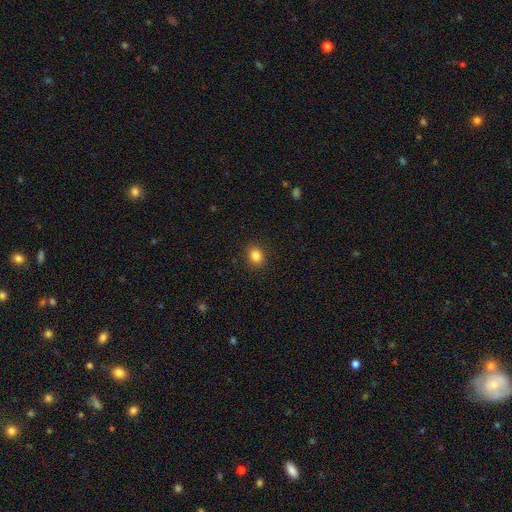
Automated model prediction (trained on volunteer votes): smooth-or-featured: smooth: 84% | star or artifact: 11% | featured or disk: 5%
  how-rounded: round: 61% | in between: 38% | cigar-shaped: 1%
  merging: none: 90% | minor disturbance: 7% | major disturbance: 2% | merger: 1%